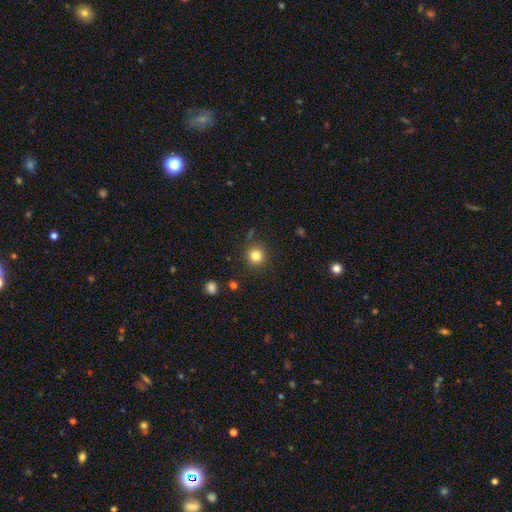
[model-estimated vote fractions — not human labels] Smooth or featured? smooth (81%)
How rounded? round (93%)
Merging? none (87%)